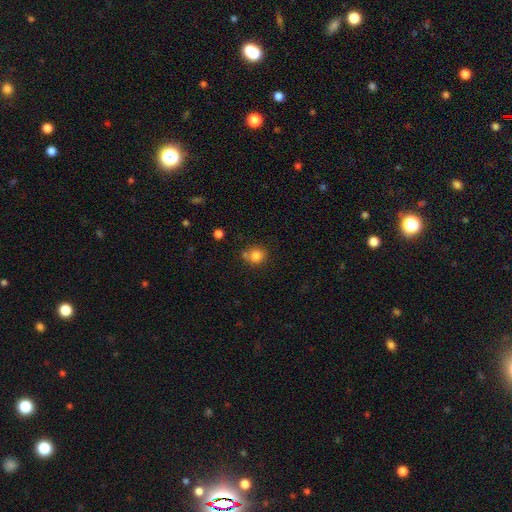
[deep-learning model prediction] smooth 83%, star or artifact 11%, featured or disk 7%. Down the decision tree: how rounded — round (78%); merging — none (60%).